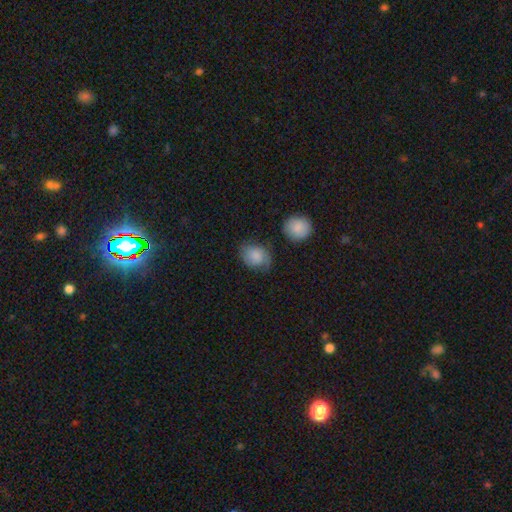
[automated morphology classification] smooth-or-featured: smooth: 78% | featured or disk: 15% | star or artifact: 7%
  how-rounded: in between: 60% | round: 39% | cigar-shaped: 1%
  merging: none: 60% | minor disturbance: 28% | major disturbance: 8% | merger: 4%